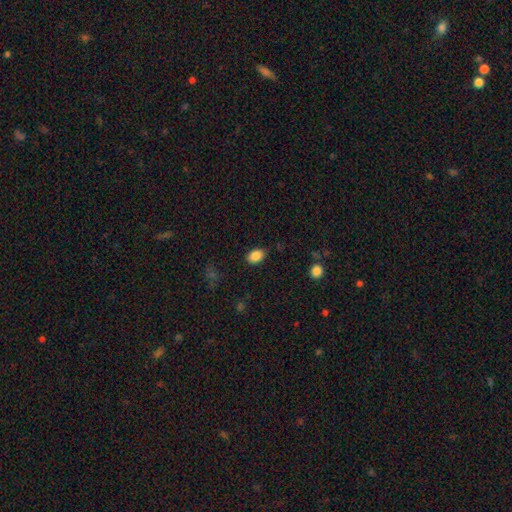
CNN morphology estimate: smooth-or-featured: smooth: 86% | star or artifact: 9% | featured or disk: 5%
  how-rounded: in between: 81% | round: 18% | cigar-shaped: 1%
  merging: none: 84% | minor disturbance: 12% | major disturbance: 3% | merger: 1%